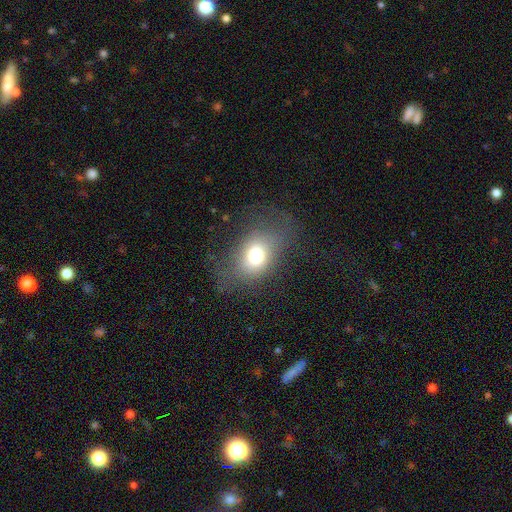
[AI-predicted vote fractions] Smooth or featured?
  - smooth: 69% *
  - featured or disk: 17%
  - star or artifact: 14%
How rounded?
  - in between: 64% *
  - round: 34%
  - cigar-shaped: 2%
Merging?
  - none: 62% *
  - minor disturbance: 19%
  - major disturbance: 18%
  - merger: 1%